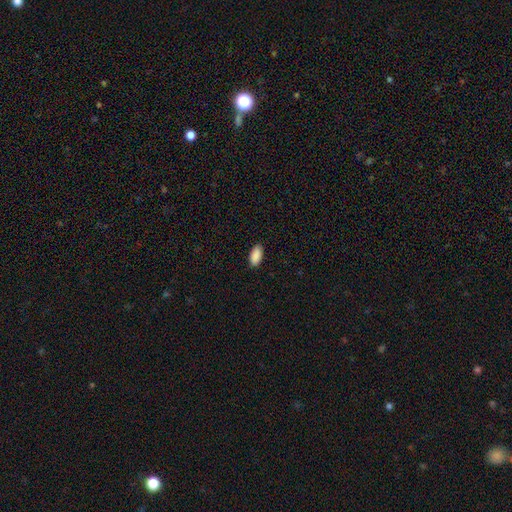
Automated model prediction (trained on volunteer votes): The model was most divided on "merging": none: 88%, minor disturbance: 9%, major disturbance: 2%, merger: 1%. More confident: how rounded — in between (93%); smooth or featured — smooth (90%).